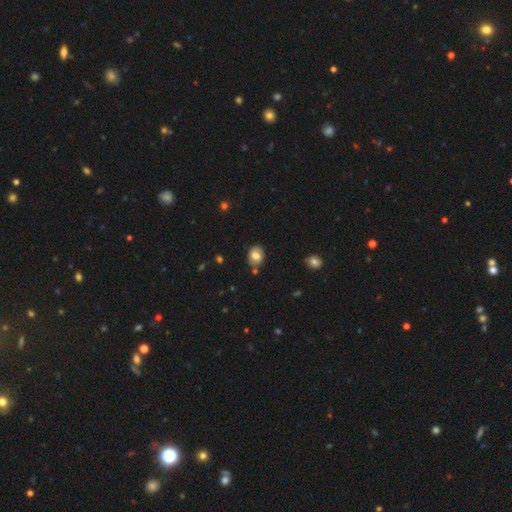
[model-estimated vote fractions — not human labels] Q: Smooth or featured?
A: smooth (72%); runner-up: featured or disk (19%)
Q: How rounded?
A: in between (56%); runner-up: round (43%)
Q: Merging?
A: none (74%); runner-up: minor disturbance (17%)